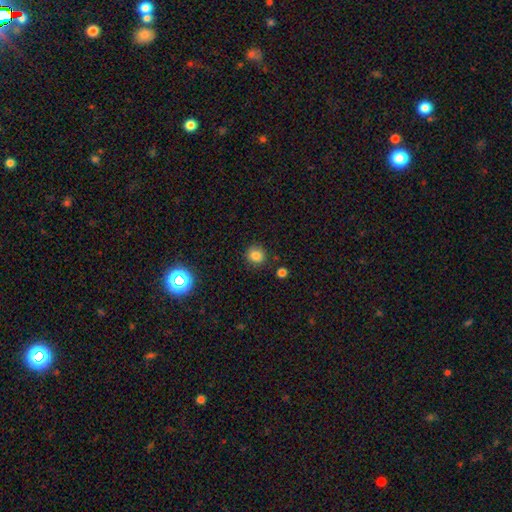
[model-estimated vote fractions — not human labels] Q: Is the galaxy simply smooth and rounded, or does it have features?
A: smooth — 82%.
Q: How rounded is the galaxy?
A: round — 86%.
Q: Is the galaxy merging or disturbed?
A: none — 86%.